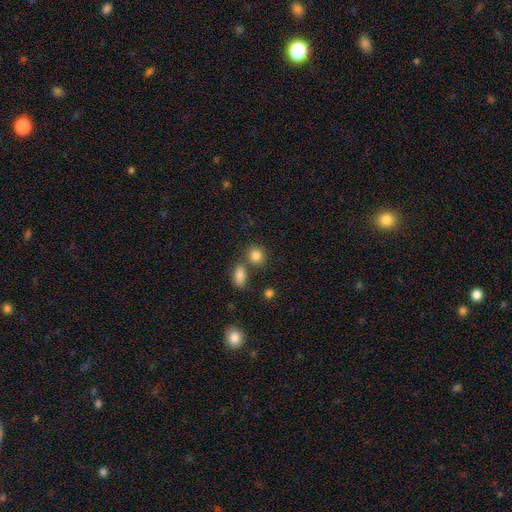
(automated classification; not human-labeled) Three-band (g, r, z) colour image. It shows a smooth galaxy with no disk features (84%) that is round (74%). Merging: none (65%).